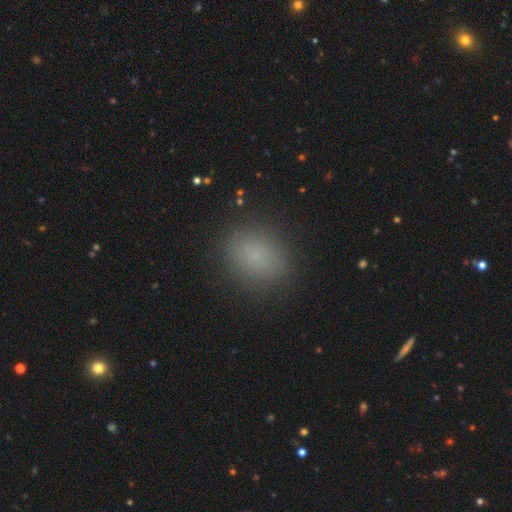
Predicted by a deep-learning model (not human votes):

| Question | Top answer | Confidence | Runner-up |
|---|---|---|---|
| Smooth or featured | smooth | 80% | star or artifact (14%) |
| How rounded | in between | 51% | round (48%) |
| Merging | none | 88% | minor disturbance (8%) |